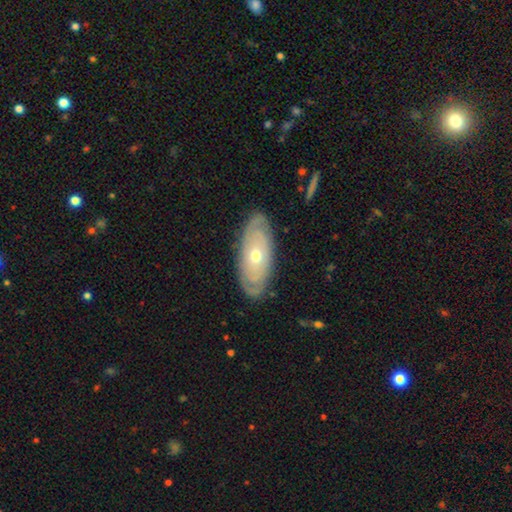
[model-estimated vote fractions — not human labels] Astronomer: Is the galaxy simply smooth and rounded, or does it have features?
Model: featured or disk — 74%.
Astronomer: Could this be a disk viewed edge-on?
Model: no — 87%.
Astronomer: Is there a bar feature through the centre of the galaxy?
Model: no — 86%.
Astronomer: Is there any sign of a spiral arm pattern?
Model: yes — 73%.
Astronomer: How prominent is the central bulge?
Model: moderate — 52% (runner-up: small, 45%).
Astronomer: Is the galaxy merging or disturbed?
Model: none — 85%.